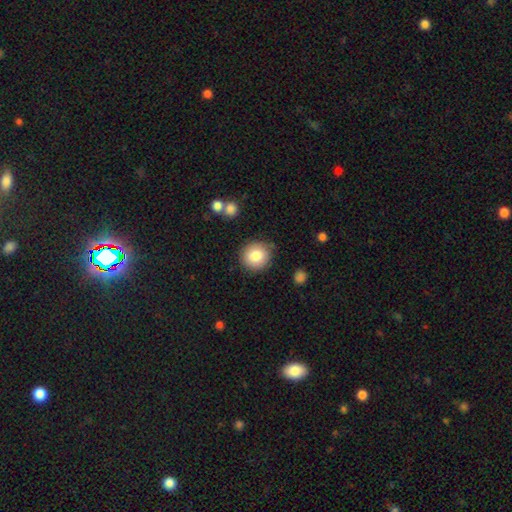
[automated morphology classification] Smooth or featured? smooth (83%)
How rounded? round (89%)
Merging? none (84%)